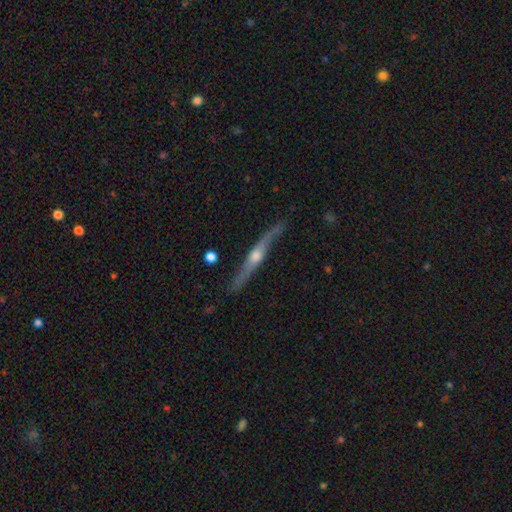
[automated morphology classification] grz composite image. It shows a featured or disk galaxy (79%) viewed edge-on (96%) with a rounded central bulge (91%). Merging: none (83%).